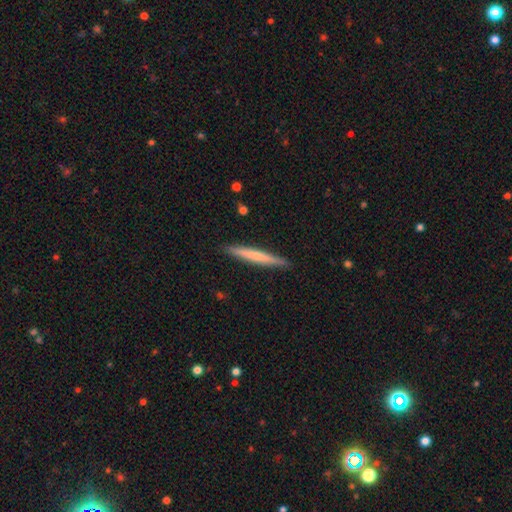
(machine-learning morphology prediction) Smooth or featured: smooth — 57% (featured or disk — 38%)
How rounded: cigar-shaped — 96% (in between — 2%)
Merging: none — 91% (minor disturbance — 6%)